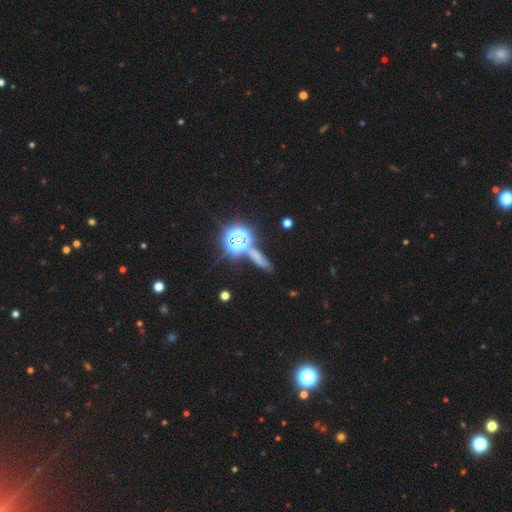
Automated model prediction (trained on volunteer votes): Morphology: type=smooth (44%); merging=none (66%).